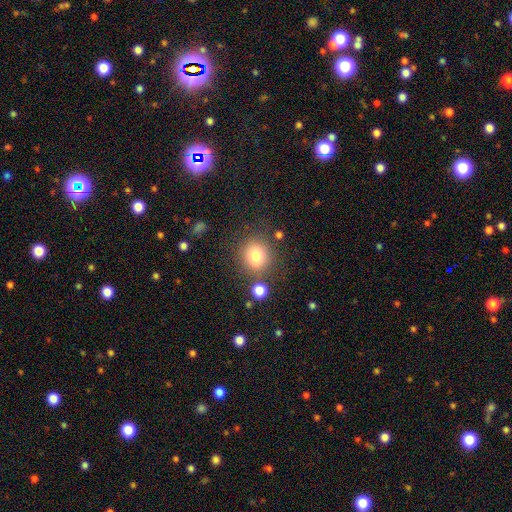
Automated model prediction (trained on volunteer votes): Q: Smooth or featured?
A: smooth (78%); runner-up: star or artifact (12%)
Q: How rounded?
A: round (86%); runner-up: in between (13%)
Q: Merging?
A: none (78%); runner-up: minor disturbance (10%)